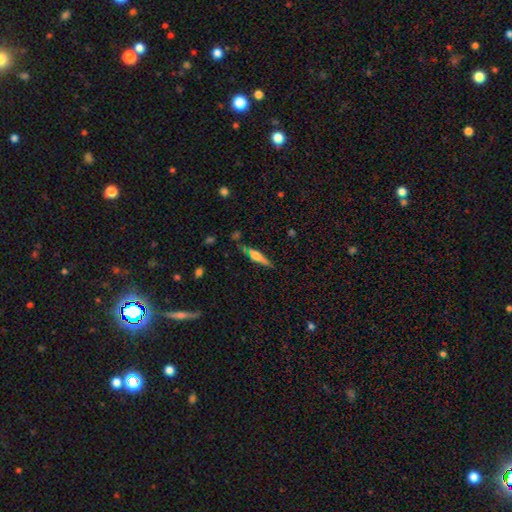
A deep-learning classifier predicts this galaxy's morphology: Smooth or featured? smooth (54%)
How rounded? cigar-shaped (78%)
Merging? none (64%)